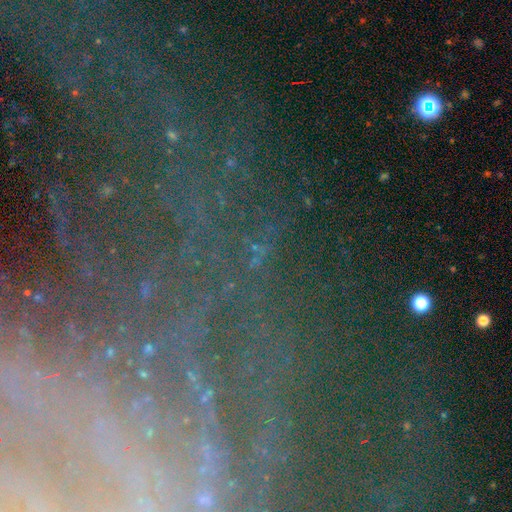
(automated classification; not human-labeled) Q: Smooth or featured?
A: star or artifact (47%); runner-up: featured or disk (40%)